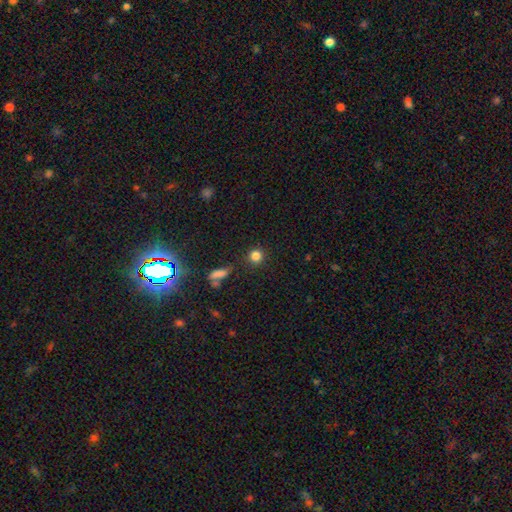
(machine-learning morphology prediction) type=smooth (82%); roundness=round (92%); merging=none (86%).